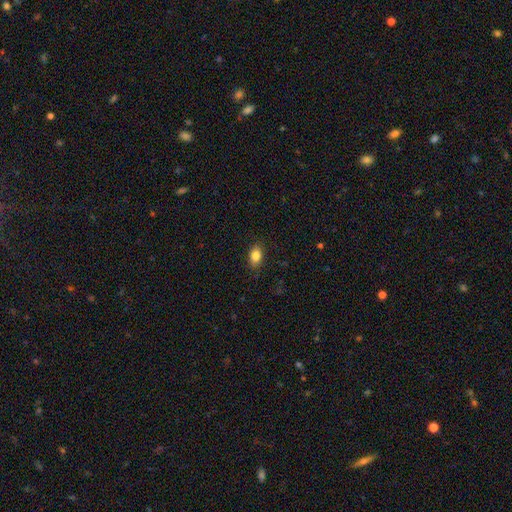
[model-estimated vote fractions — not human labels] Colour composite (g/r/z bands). It shows a smooth galaxy with no disk features (85%) that is in between round and cigar-shaped (80%). Merging: none (86%).